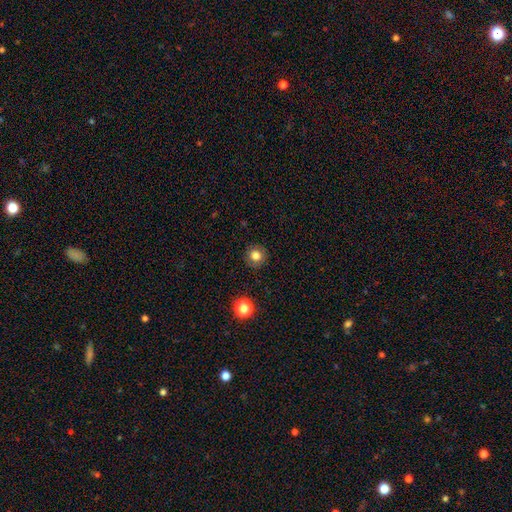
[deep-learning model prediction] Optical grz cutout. It shows a smooth galaxy with no disk features (81%) that is round (93%). Merging: none (90%).